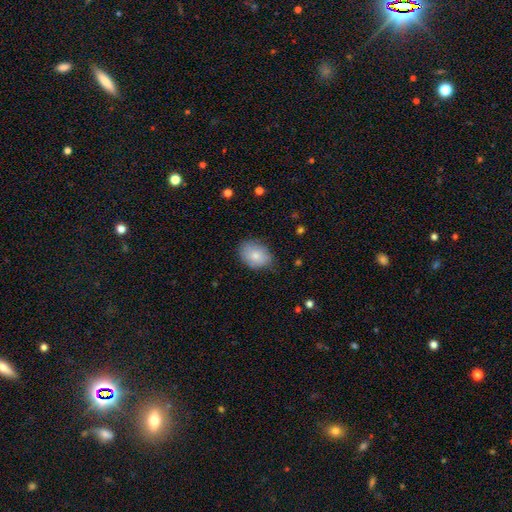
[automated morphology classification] Overall: smooth (81%). How rounded: in between (77%). Merging: none (72%).